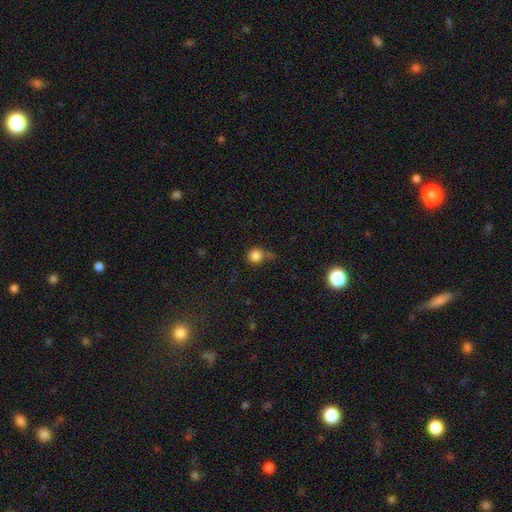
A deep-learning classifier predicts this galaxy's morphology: smooth_or_featured: smooth (p=0.82) [alt: star or artifact p=0.12]
how_rounded: round (p=0.91) [alt: in between p=0.08]
merging: none (p=0.55) [alt: minor disturbance p=0.22]